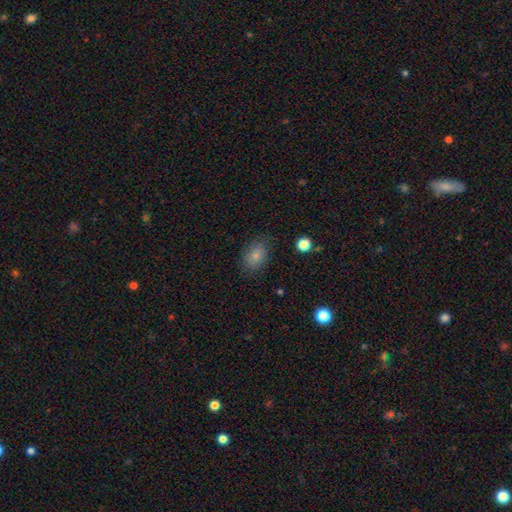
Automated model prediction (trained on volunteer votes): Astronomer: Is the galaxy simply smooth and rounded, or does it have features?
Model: smooth — 81%.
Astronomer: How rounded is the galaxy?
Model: in between — 80%.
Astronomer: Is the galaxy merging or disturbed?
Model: none — 79%.